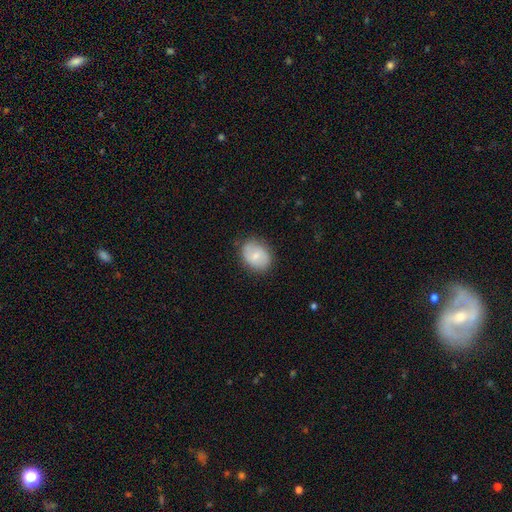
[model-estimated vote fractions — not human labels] Smooth or featured? Predicted: smooth (p=0.61). How rounded? Predicted: in between (p=0.61). Merging? Predicted: none (p=0.80).